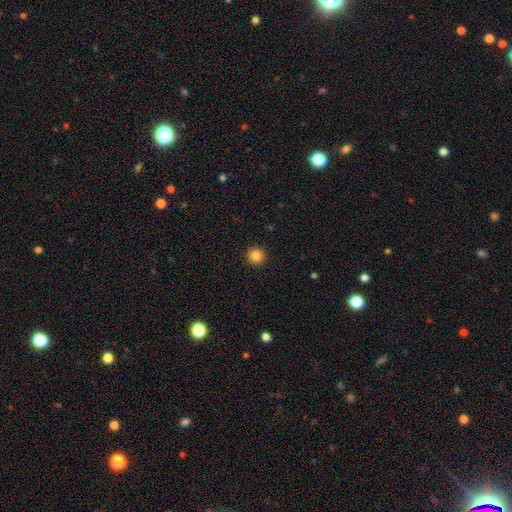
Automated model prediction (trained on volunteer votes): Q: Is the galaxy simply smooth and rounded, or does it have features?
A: smooth — 85%.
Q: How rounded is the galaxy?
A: round — 96%.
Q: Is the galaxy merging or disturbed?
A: none — 93%.